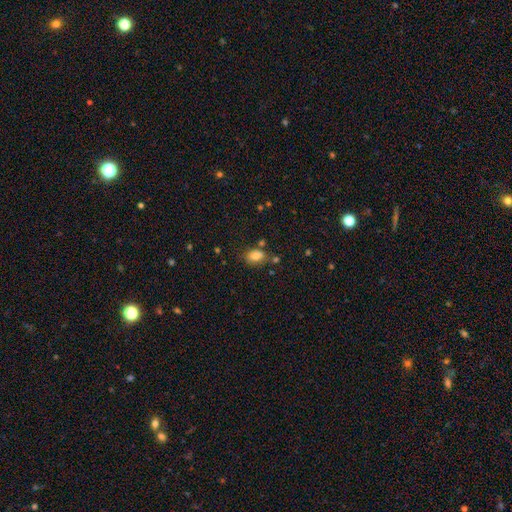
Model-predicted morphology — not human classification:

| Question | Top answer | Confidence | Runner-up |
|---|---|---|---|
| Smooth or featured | smooth | 80% | star or artifact (11%) |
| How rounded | in between | 80% | round (18%) |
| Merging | none | 64% | minor disturbance (19%) |